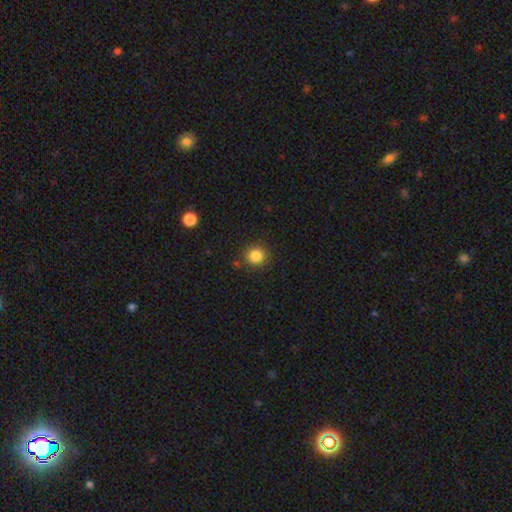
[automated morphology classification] This is clearly a smooth galaxy (85%). How rounded: clearly round (91%). Merging: clearly none (87%).